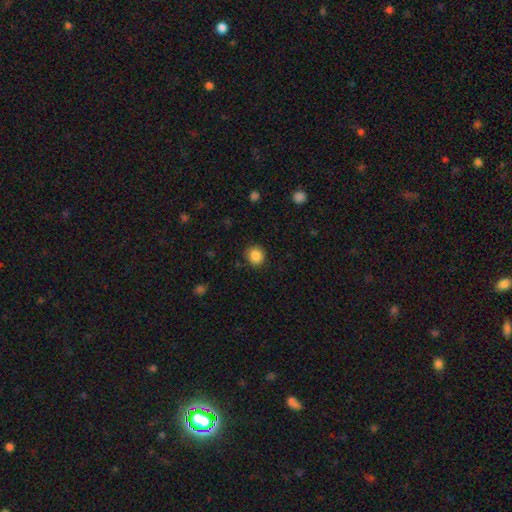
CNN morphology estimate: smooth-or-featured: smooth: 86% | star or artifact: 9% | featured or disk: 4%
  how-rounded: round: 86% | in between: 13% | cigar-shaped: 1%
  merging: none: 90% | minor disturbance: 7% | major disturbance: 2% | merger: 1%